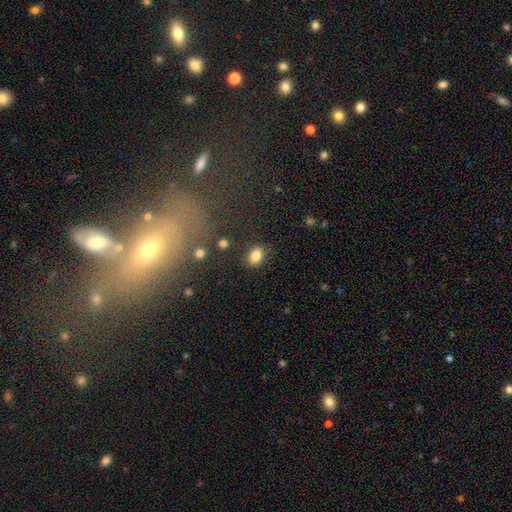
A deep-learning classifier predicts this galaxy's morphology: This appears to be a smooth galaxy with no disk features (84%) that is in between round and cigar-shaped (75%). Merging: none (83%).